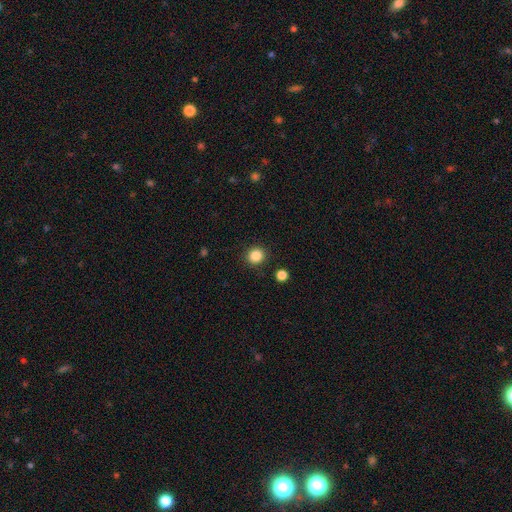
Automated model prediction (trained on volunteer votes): A smooth galaxy with no disk features (85%) that is round (87%). Merging: none (90%).